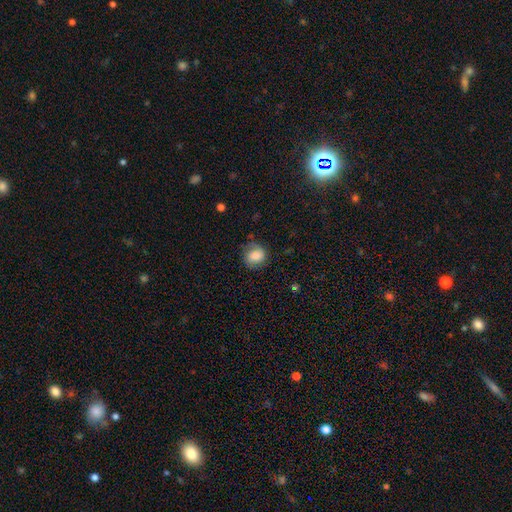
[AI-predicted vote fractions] Smooth or featured: smooth — 73% (featured or disk — 18%)
How rounded: round — 76% (in between — 23%)
Merging: none — 69% (minor disturbance — 22%)